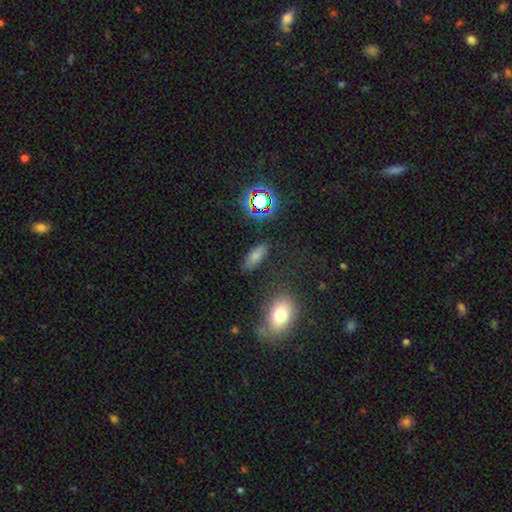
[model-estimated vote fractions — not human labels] Morphology: type=smooth (74%); roundness=in between (77%); merging=none (81%).